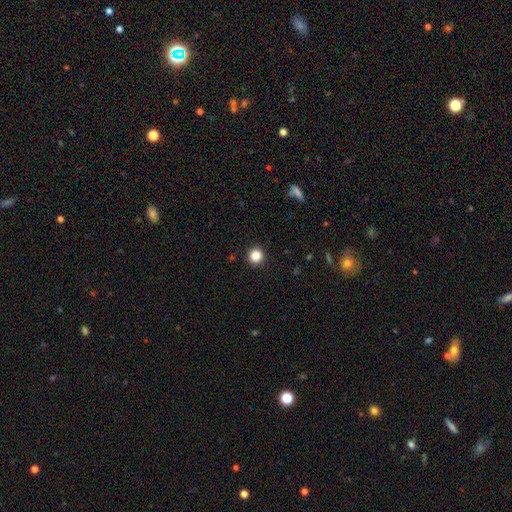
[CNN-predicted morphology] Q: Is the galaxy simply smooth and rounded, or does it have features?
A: smooth — 85%.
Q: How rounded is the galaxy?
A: round — 95%.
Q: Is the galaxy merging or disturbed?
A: none — 93%.